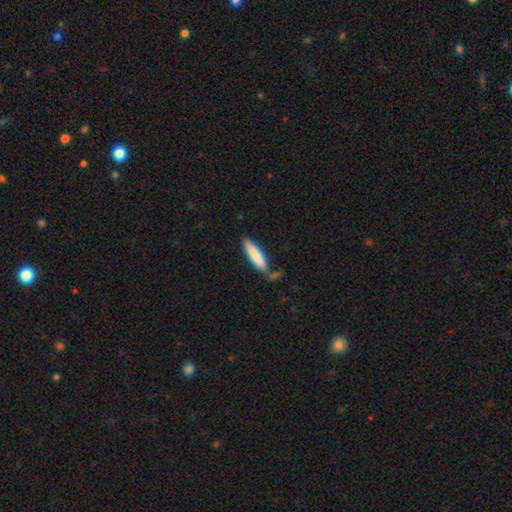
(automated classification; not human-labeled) smooth 82%, featured or disk 13%, star or artifact 5%. Down the decision tree: how rounded — cigar-shaped (79%); merging — none (64%).